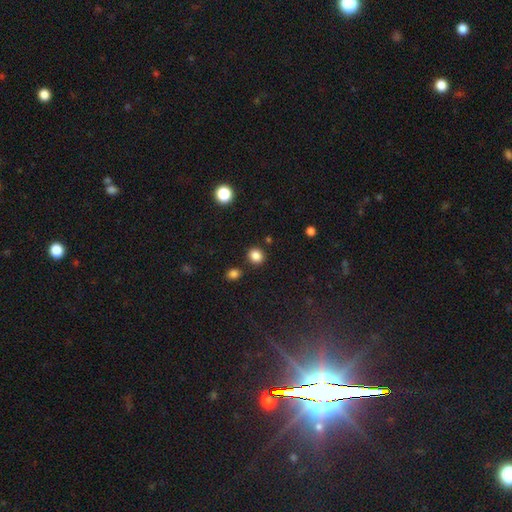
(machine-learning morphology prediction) smooth-or-featured: smooth: 85% | star or artifact: 11% | featured or disk: 4%
  how-rounded: round: 76% | in between: 23% | cigar-shaped: 1%
  merging: none: 83% | minor disturbance: 8% | merger: 5% | major disturbance: 3%